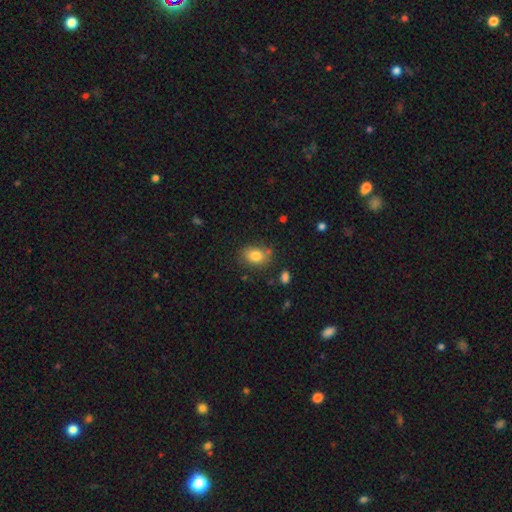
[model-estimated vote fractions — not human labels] The model was most divided on "how rounded": in between: 67%, round: 32%, cigar-shaped: 1%. More confident: smooth or featured — smooth (81%); merging — none (77%).